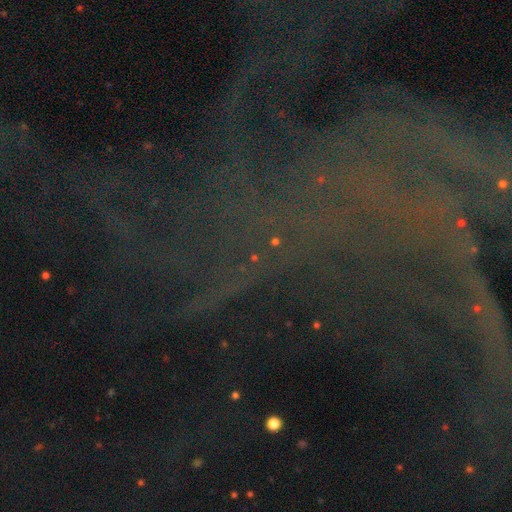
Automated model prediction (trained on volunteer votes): smooth_or_featured: star or artifact (p=0.80) [alt: featured or disk p=0.12]